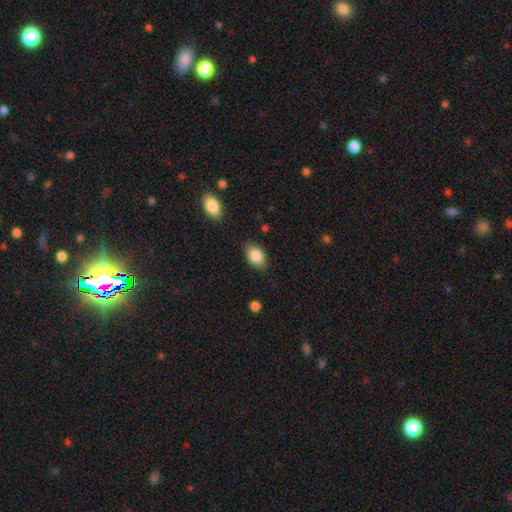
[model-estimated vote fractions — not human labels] This appears to be a smooth galaxy with no disk features (85%) that is in between round and cigar-shaped (86%). Merging: none (83%).